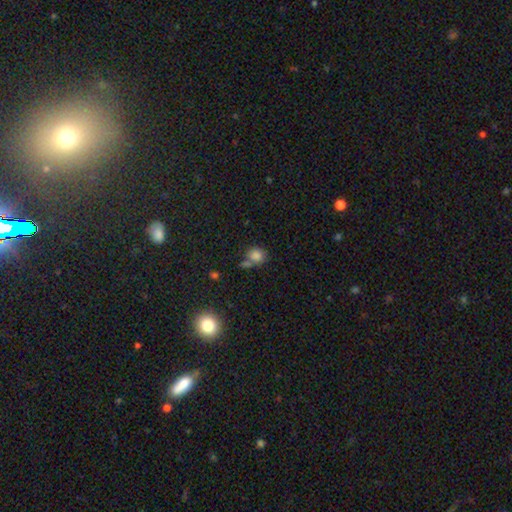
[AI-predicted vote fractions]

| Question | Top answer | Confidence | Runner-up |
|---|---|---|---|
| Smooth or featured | smooth | 80% | star or artifact (13%) |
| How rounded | round | 76% | in between (23%) |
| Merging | none | 53% | merger (27%) |